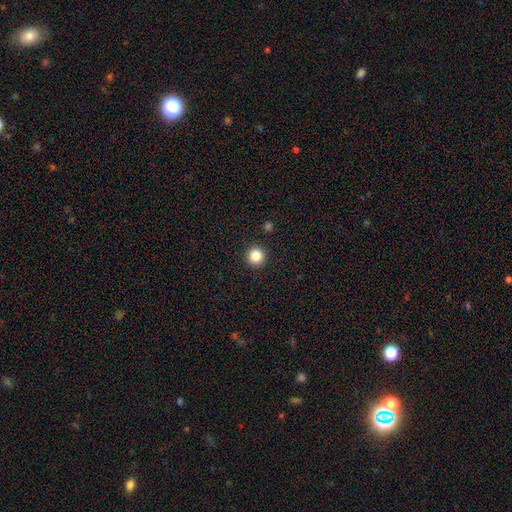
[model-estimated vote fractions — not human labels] Smooth or featured? Predicted: smooth (p=0.85). How rounded? Predicted: round (p=0.96). Merging? Predicted: none (p=0.93).